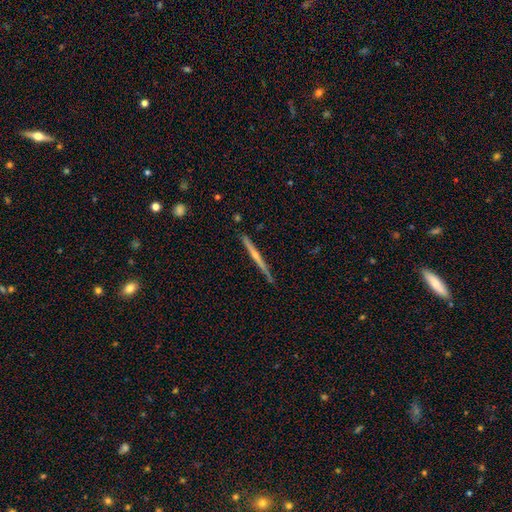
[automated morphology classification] A featured or disk galaxy (68%) viewed edge-on (98%) with a rounded central bulge (60%).

Vote fractions:
- Smooth or featured? featured or disk: 68% / smooth: 26% / star or artifact: 6%
- Edge-on disk? yes: 98% / no: 2%
- Edge-on bulge? rounded: 60% / none: 36% / boxy: 5%
- Merging? none: 87% / minor disturbance: 9% / merger: 2% / major disturbance: 2%